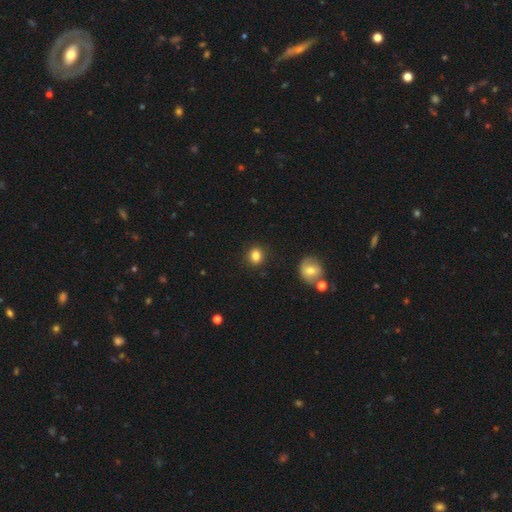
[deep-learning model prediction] Smooth or featured? Predicted: smooth (p=0.84). How rounded? Predicted: round (p=0.78). Merging? Predicted: none (p=0.88).